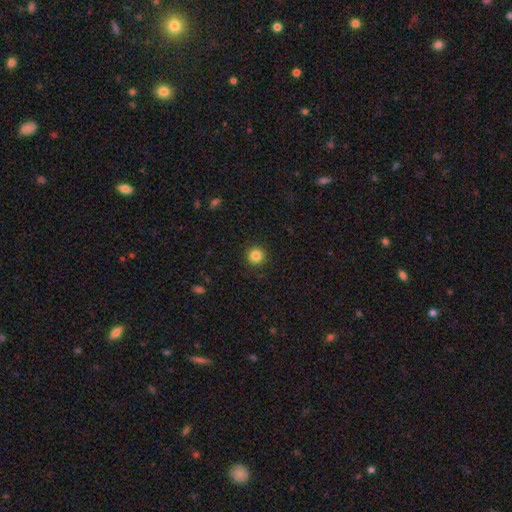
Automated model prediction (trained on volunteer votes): Smooth or featured? Predicted: smooth (p=0.84). How rounded? Predicted: round (p=0.95). Merging? Predicted: none (p=0.92).